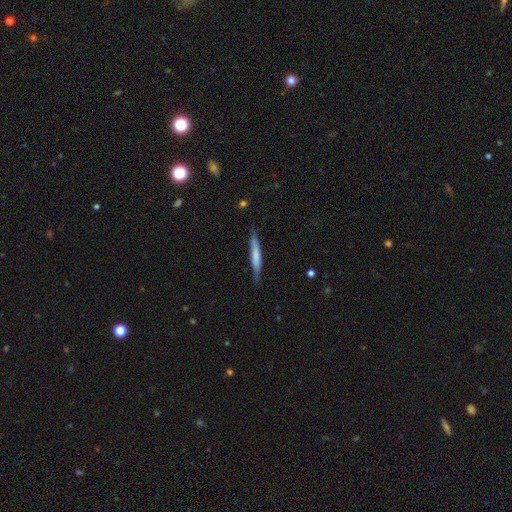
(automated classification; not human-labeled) Smooth or featured? smooth (57%)
How rounded? cigar-shaped (95%)
Merging? none (82%)